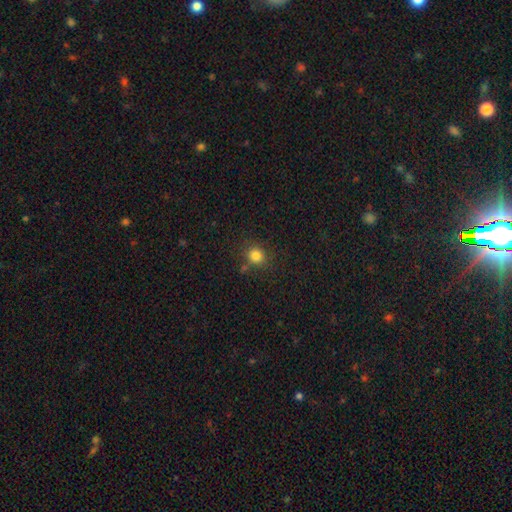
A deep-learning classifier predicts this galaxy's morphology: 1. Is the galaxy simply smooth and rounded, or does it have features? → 82% smooth, 13% star or artifact, 5% featured or disk.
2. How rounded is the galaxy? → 84% round, 15% in between, 1% cigar-shaped.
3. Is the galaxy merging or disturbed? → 77% none, 11% minor disturbance, 8% merger, 4% major disturbance.